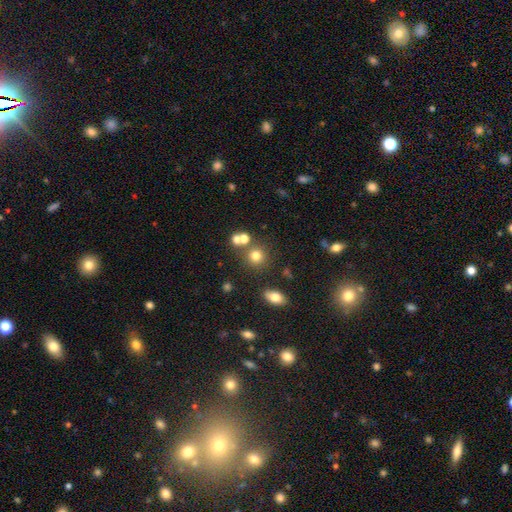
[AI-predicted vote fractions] A smooth galaxy with no disk features (75%) that is round (88%). Merging: none (70%).